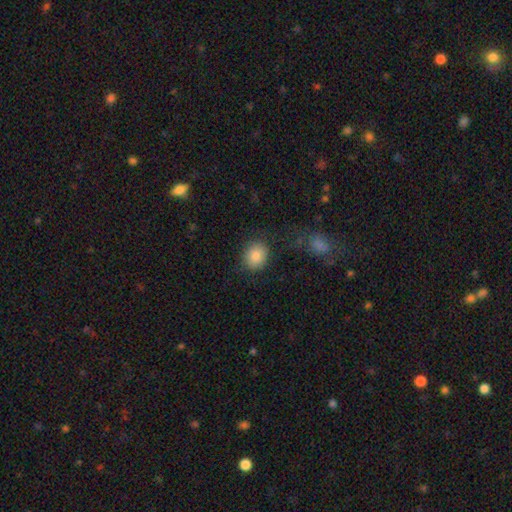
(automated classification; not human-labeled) smooth 85%, star or artifact 9%, featured or disk 6%. Down the decision tree: how rounded — round (74%); merging — none (82%).